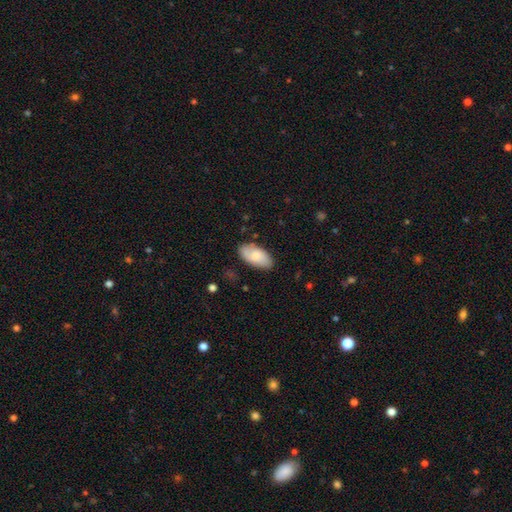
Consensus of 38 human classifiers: Smooth or featured? smooth (84%)
How rounded? in between (97%)
Merging? none (92%)